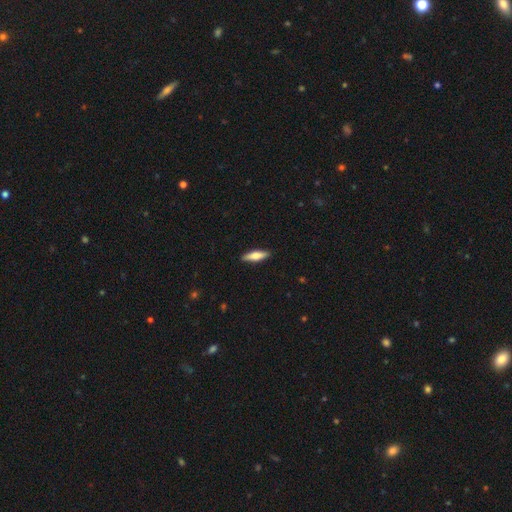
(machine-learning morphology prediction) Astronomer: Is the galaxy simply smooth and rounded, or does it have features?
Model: smooth — 66%.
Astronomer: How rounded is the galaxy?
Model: cigar-shaped — 62%.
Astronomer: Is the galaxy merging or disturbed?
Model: none — 90%.